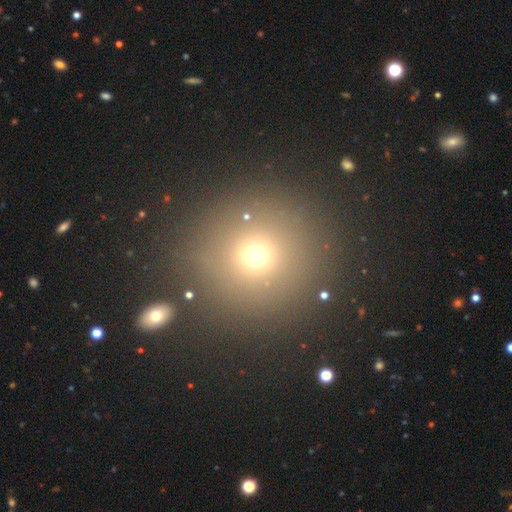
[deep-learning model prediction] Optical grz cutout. It shows a smooth galaxy with no disk features (66%) that is round (94%). Merging: none (85%).